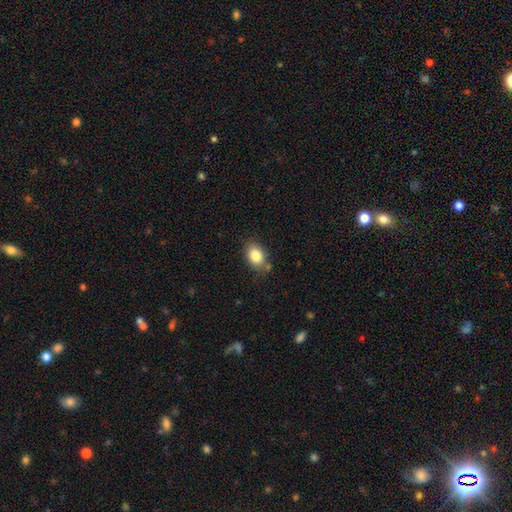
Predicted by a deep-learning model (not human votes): The model was most divided on "merging": none: 75%, minor disturbance: 17%, merger: 4%, major disturbance: 4%. More confident: smooth or featured — smooth (84%); how rounded — in between (79%).